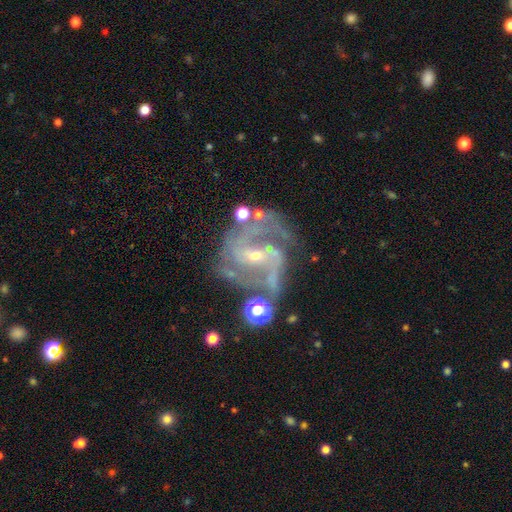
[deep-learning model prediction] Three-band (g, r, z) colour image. It shows a featured or disk galaxy (90%) with a weak bar (41%), 2 (57%) medium (54%) spiral arms (98%) and a small central bulge (75%). Merging: none (60%).